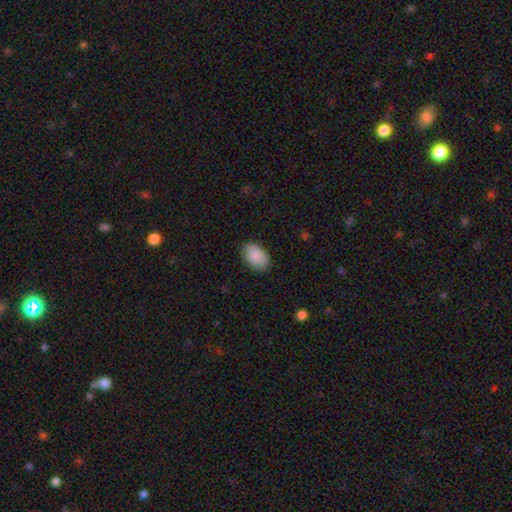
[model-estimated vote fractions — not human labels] Morphology: type=smooth (90%); roundness=in between (90%); merging=none (85%).